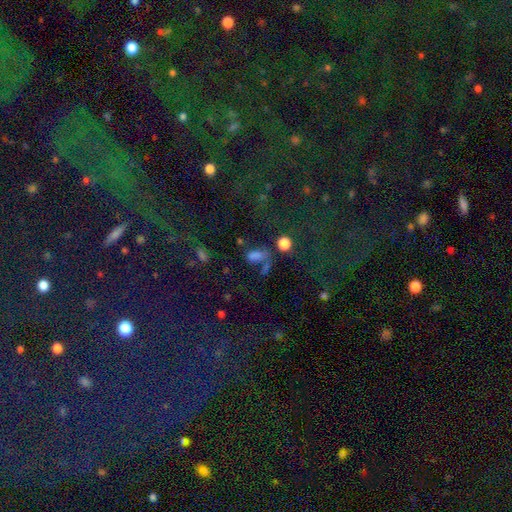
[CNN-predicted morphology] Q: Smooth or featured?
A: smooth (58%); runner-up: star or artifact (30%)
Q: How rounded?
A: in between (70%); runner-up: round (21%)
Q: Merging?
A: none (47%); runner-up: merger (23%)